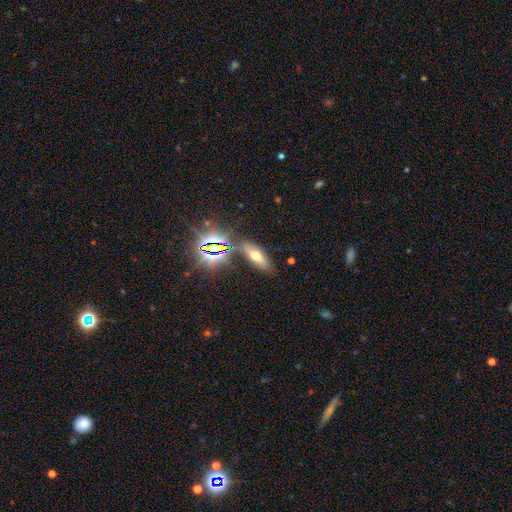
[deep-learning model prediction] A smooth galaxy with no disk features (51%) that is in between round and cigar-shaped (67%).

Vote fractions:
- Smooth or featured? smooth: 51% / star or artifact: 26% / featured or disk: 23%
- How rounded? in between: 67% / cigar-shaped: 27% / round: 6%
- Merging? none: 73% / minor disturbance: 14% / merger: 7% / major disturbance: 6%